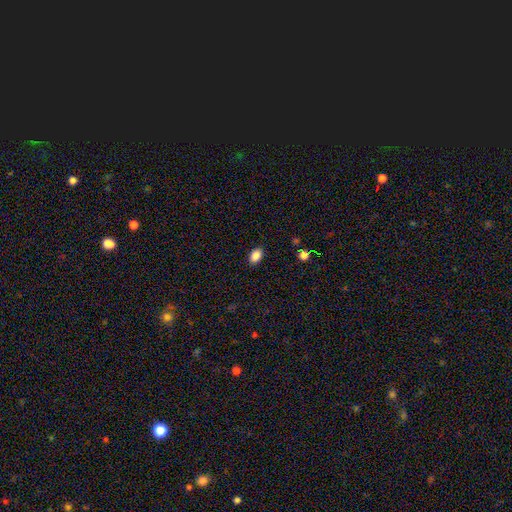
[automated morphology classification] Smooth or featured?
  - smooth: 87% *
  - star or artifact: 9%
  - featured or disk: 4%
How rounded?
  - in between: 84% *
  - round: 15%
  - cigar-shaped: 1%
Merging?
  - none: 89% *
  - minor disturbance: 8%
  - major disturbance: 2%
  - merger: 1%